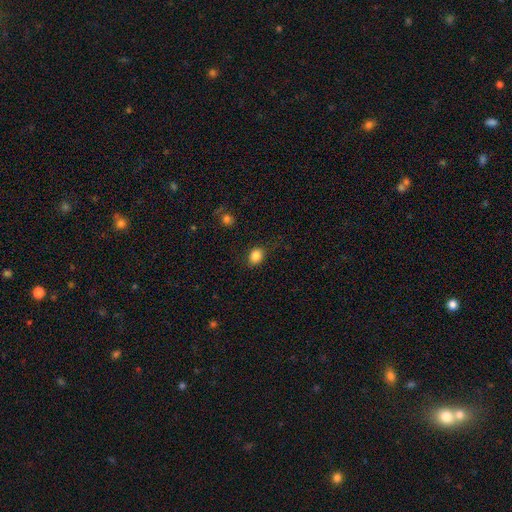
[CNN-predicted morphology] smooth-or-featured: smooth: 85% | star or artifact: 10% | featured or disk: 5%
  how-rounded: in between: 52% | round: 47% | cigar-shaped: 1%
  merging: none: 80% | minor disturbance: 14% | major disturbance: 4% | merger: 2%